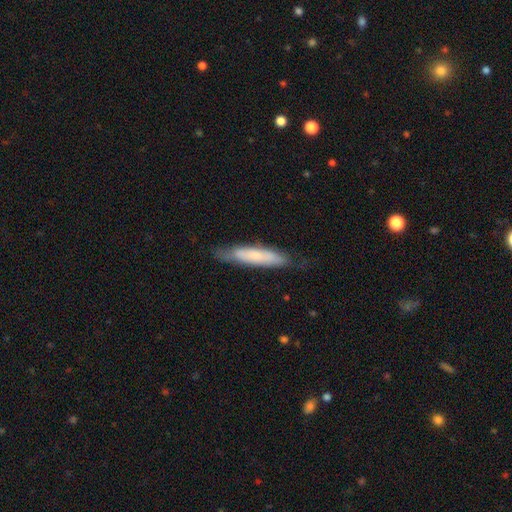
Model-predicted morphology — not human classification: The model was most divided on "smooth or featured": smooth: 61%, featured or disk: 33%, star or artifact: 6%. More confident: how rounded — cigar-shaped (84%); merging — none (72%).